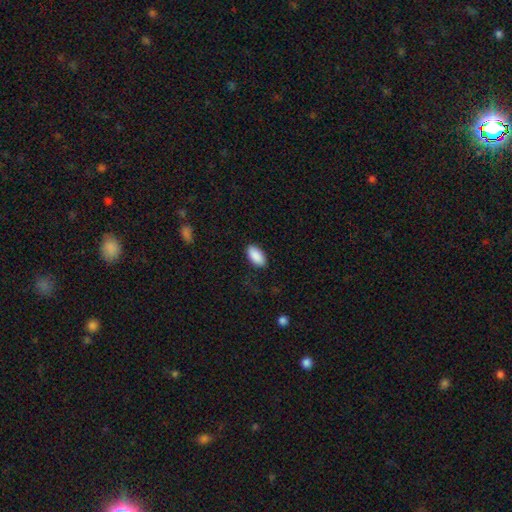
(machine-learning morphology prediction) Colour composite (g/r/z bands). It shows a smooth galaxy with no disk features (91%) that is in between round and cigar-shaped (95%). Merging: none (87%).